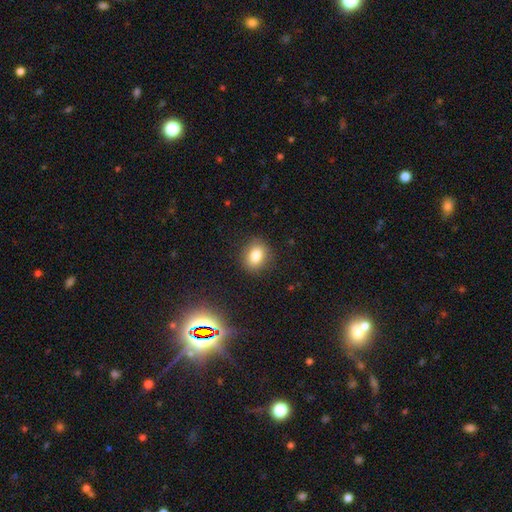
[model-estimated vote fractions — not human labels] Smooth or featured: smooth — 80% (star or artifact — 11%)
How rounded: in between — 53% (round — 46%)
Merging: none — 86% (minor disturbance — 10%)